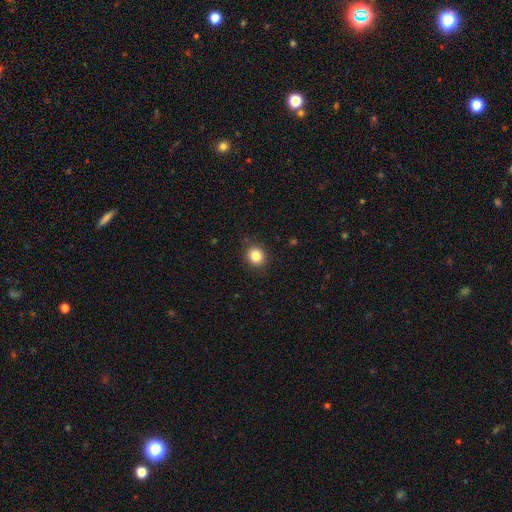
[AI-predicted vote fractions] This is clearly a smooth galaxy (84%). How rounded: clearly round (82%). Merging: clearly none (89%).